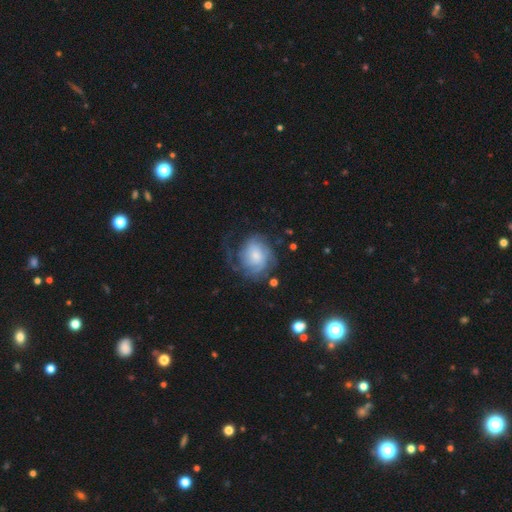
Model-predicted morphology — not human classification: This appears to be a featured or disk galaxy (70%) with no bar (70%), tight (47%) spiral arms (90%) and a small central bulge (41%). Merging: none (52%).